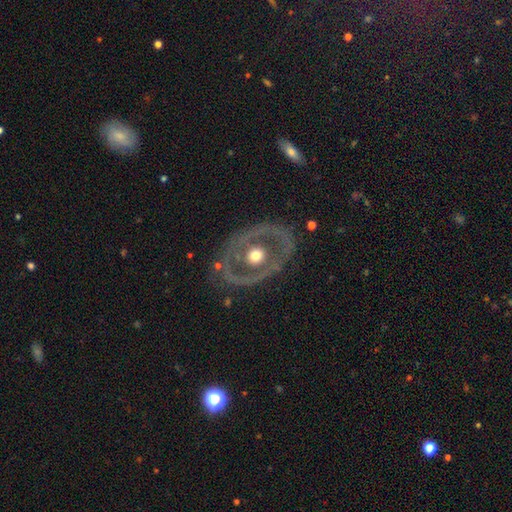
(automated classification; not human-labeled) Morphology: type=featured or disk (70%); edge-on=no (94%); bar=no (87%); spiral arms=no (78%); bulge=moderate (73%); merging=none (77%).